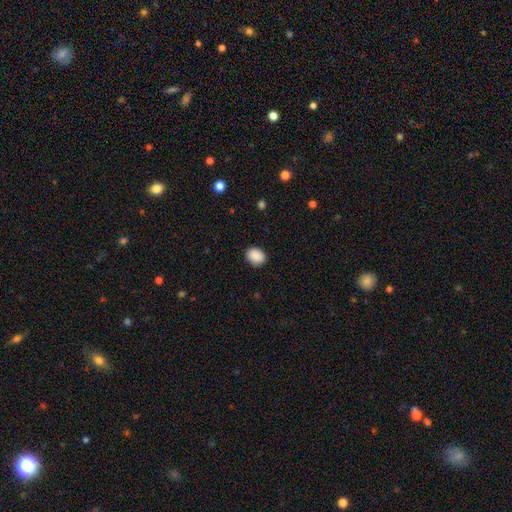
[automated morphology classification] Smooth or featured? Predicted: smooth (p=0.90). How rounded? Predicted: in between (p=0.57). Merging? Predicted: none (p=0.87).